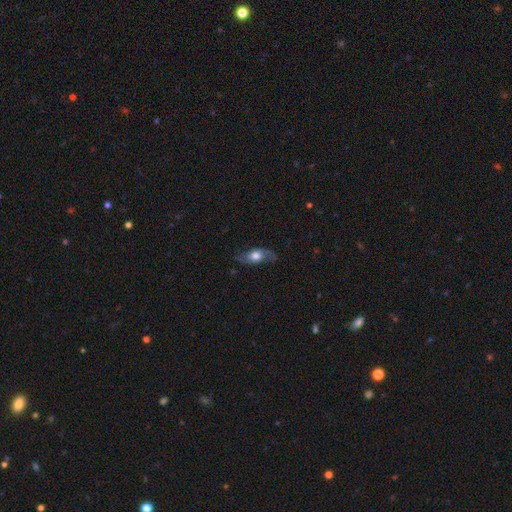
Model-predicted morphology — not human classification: smooth-or-featured: featured or disk: 56% | smooth: 36% | star or artifact: 7%
  disk-edge-on: no: 79% | yes: 21%
  merging: none: 72% | minor disturbance: 19% | major disturbance: 7% | merger: 1%